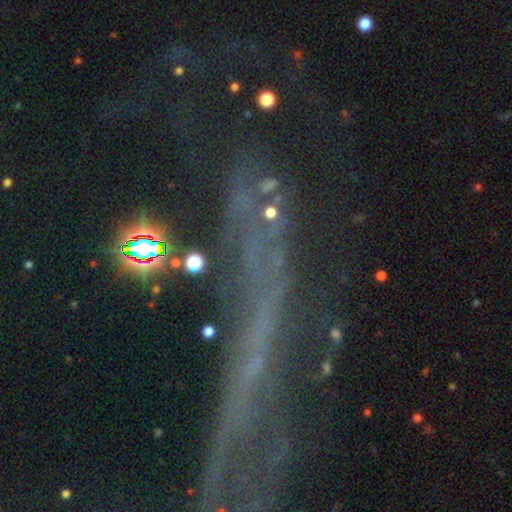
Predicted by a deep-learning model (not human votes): This is possibly a star or artifact rather than a galaxy (59%).